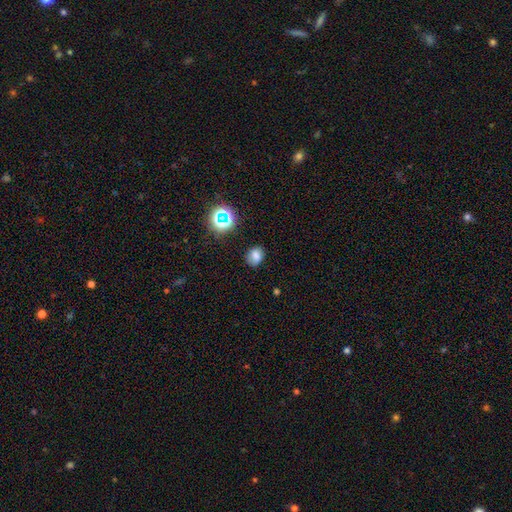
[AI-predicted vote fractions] smooth_or_featured: smooth (p=0.73) [alt: star or artifact p=0.17]
how_rounded: round (p=0.50) [alt: in between p=0.49]
merging: none (p=0.76) [alt: minor disturbance p=0.17]